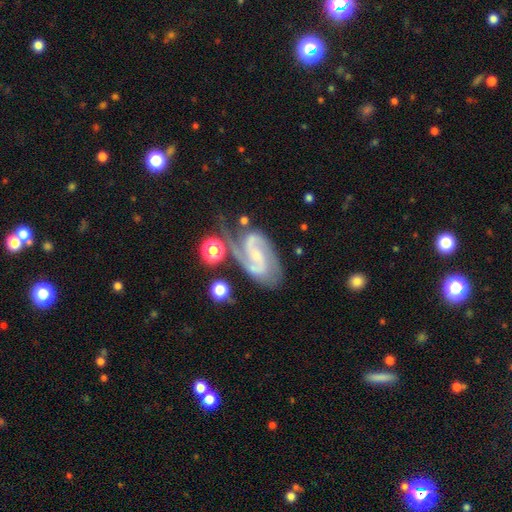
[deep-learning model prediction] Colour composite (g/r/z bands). It shows a featured or disk galaxy (90%) with a weak bar (44%), 2 (89%) medium (55%) spiral arms (98%) and a small central bulge (56%). Merging: none (60%).